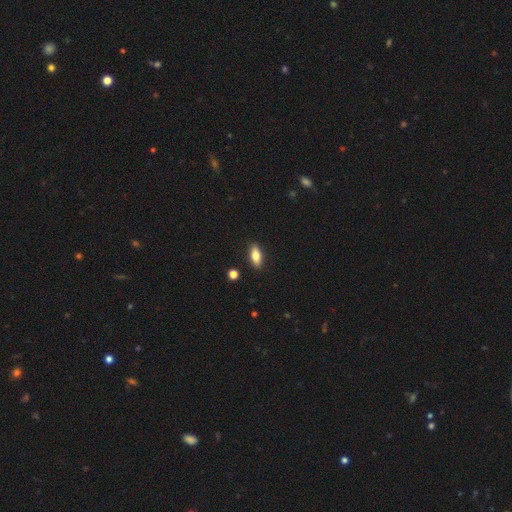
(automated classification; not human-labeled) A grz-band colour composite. It shows a smooth galaxy with no disk features (75%) that is in between round and cigar-shaped (77%). Merging: none (89%).